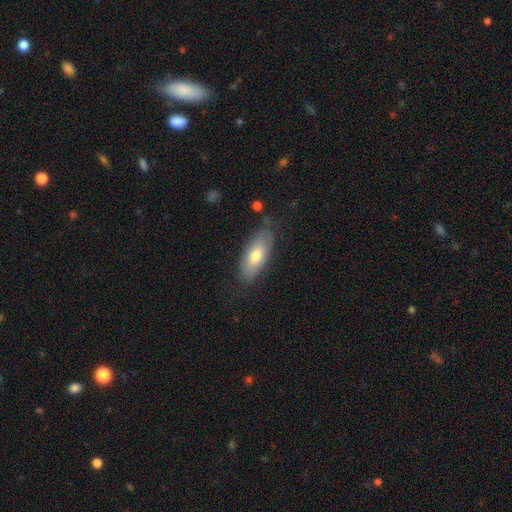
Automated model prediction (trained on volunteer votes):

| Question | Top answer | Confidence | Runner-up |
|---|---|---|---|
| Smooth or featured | smooth | 69% | featured or disk (25%) |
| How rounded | in between | 82% | cigar-shaped (15%) |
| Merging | none | 77% | minor disturbance (17%) |